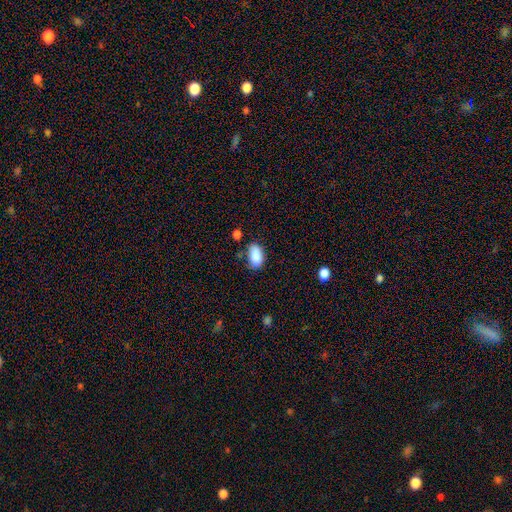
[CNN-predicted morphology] Smooth or featured? Predicted: smooth (p=0.87). How rounded? Predicted: in between (p=0.92). Merging? Predicted: none (p=0.68).